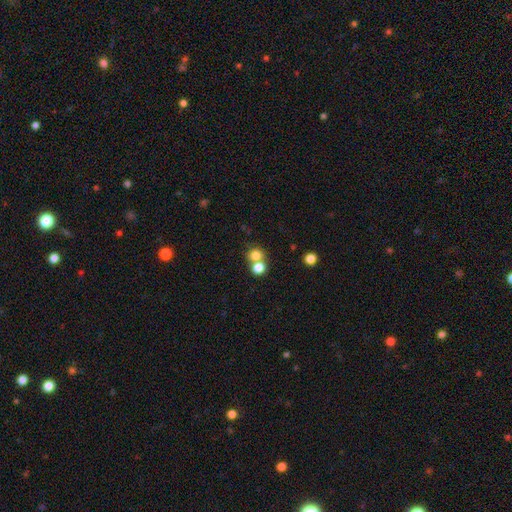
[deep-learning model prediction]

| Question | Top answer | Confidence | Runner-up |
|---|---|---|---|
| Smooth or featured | smooth | 78% | star or artifact (13%) |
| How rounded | round | 82% | in between (17%) |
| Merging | merger | 46% | none (44%) |